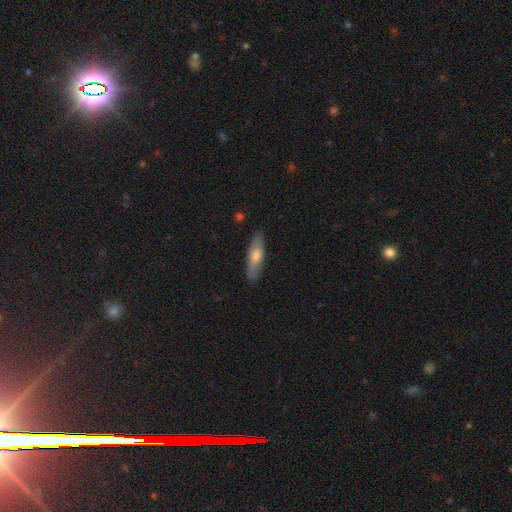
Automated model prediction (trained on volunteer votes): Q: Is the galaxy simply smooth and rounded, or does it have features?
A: smooth — 63%.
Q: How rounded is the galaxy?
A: cigar-shaped — 55%.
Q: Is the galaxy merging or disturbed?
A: none — 85%.